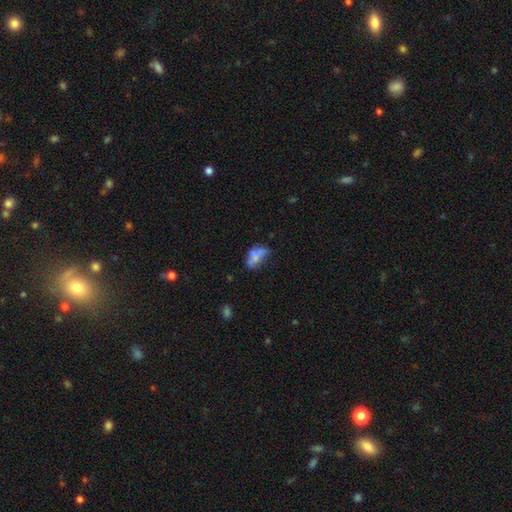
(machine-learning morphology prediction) smooth-or-featured: smooth: 51% | featured or disk: 38% | star or artifact: 11%
  how-rounded: in between: 86% | round: 8% | cigar-shaped: 6%
  merging: none: 33% | merger: 26% | minor disturbance: 22% | major disturbance: 18%